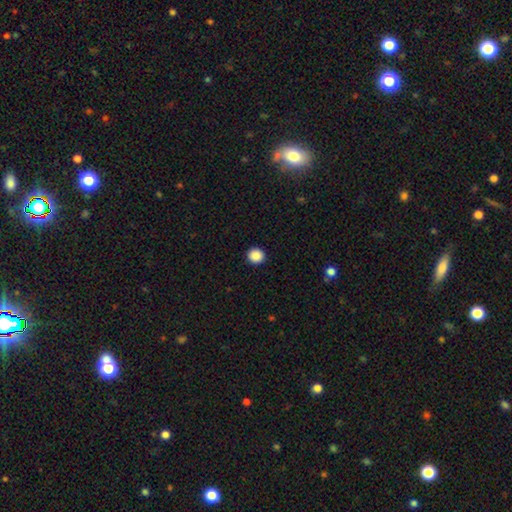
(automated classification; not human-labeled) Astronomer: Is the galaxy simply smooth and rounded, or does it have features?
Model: smooth — 88%.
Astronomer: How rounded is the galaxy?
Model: round — 91%.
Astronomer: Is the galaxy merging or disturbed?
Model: none — 93%.